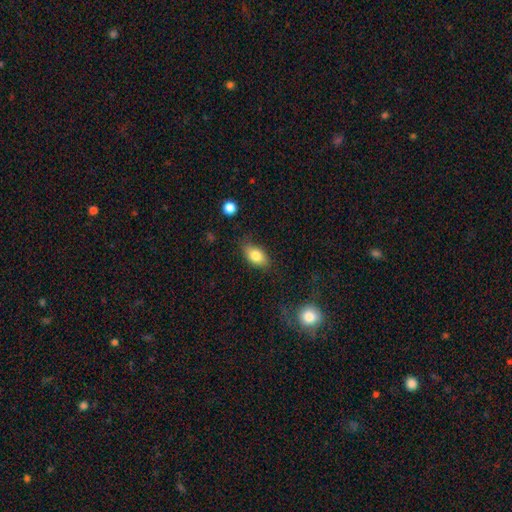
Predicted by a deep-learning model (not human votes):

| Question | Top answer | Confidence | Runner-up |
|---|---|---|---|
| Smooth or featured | smooth | 81% | featured or disk (11%) |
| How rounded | in between | 89% | round (8%) |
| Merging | none | 76% | minor disturbance (18%) |